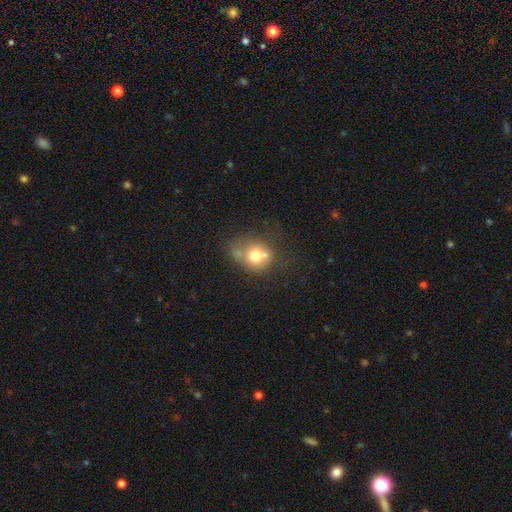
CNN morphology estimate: smooth_or_featured: smooth (p=0.67) [alt: featured or disk p=0.22]
how_rounded: round (p=0.69) [alt: in between p=0.30]
merging: none (p=0.40) [alt: merger p=0.31]